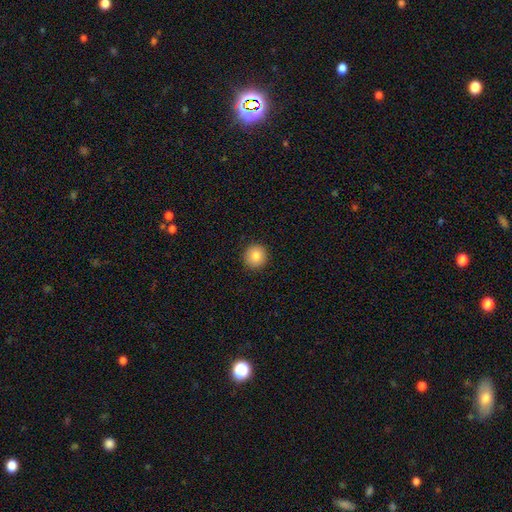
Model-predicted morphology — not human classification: Smooth or featured? Predicted: smooth (p=0.84). How rounded? Predicted: round (p=0.94). Merging? Predicted: none (p=0.92).